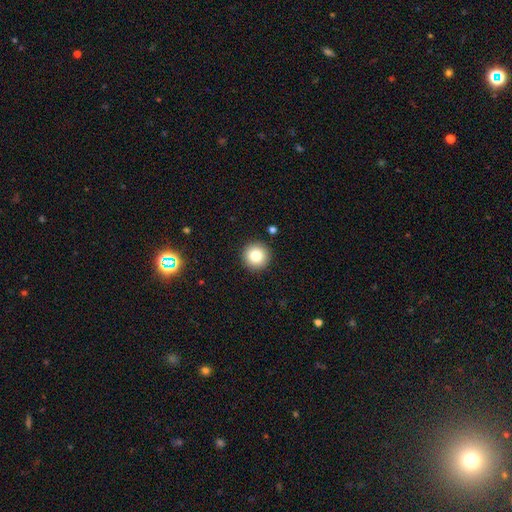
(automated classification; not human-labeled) smooth 82%, star or artifact 10%, featured or disk 8%. Down the decision tree: how rounded — round (96%); merging — none (92%).